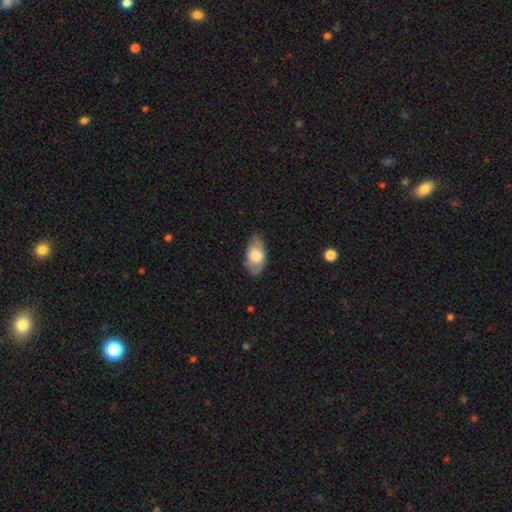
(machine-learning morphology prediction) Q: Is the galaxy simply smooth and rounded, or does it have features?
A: smooth — 67%.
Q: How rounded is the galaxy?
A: in between — 92%.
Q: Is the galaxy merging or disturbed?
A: none — 72%.